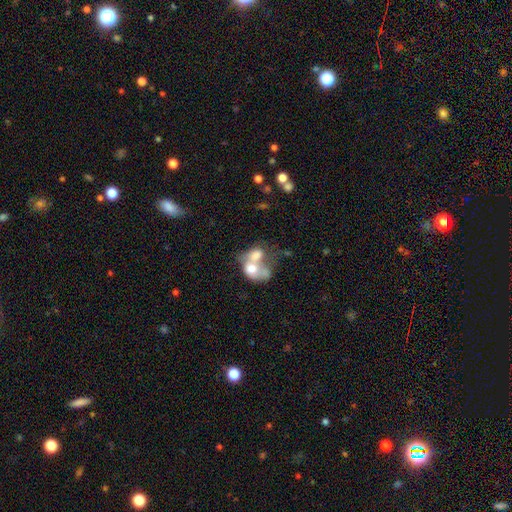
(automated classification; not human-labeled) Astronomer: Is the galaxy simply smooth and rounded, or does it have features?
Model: smooth — 60%.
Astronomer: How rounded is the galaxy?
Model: in between — 63%.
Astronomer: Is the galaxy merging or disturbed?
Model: merger — 77%.